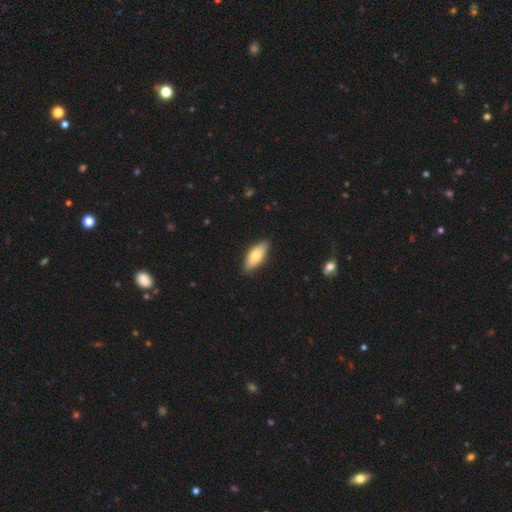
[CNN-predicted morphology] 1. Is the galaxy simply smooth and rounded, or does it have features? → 72% smooth, 22% featured or disk, 6% star or artifact.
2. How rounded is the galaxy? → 82% in between, 16% cigar-shaped, 2% round.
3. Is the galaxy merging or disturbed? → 86% none, 11% minor disturbance, 2% major disturbance, 1% merger.